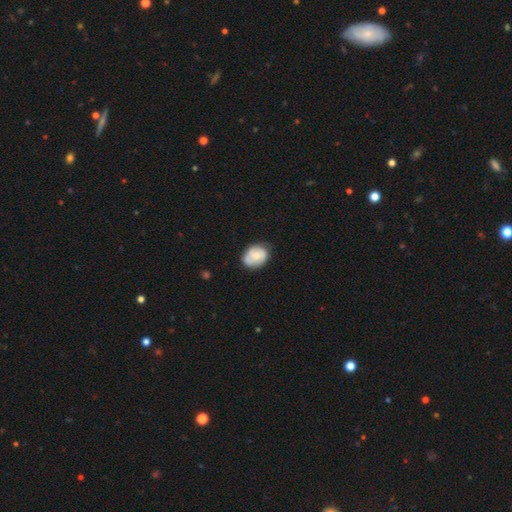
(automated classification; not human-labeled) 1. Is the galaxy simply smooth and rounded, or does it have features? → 59% smooth, 35% featured or disk, 7% star or artifact.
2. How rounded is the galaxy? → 66% in between, 33% round, 1% cigar-shaped.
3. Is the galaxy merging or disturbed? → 62% none, 28% minor disturbance, 7% major disturbance, 3% merger.